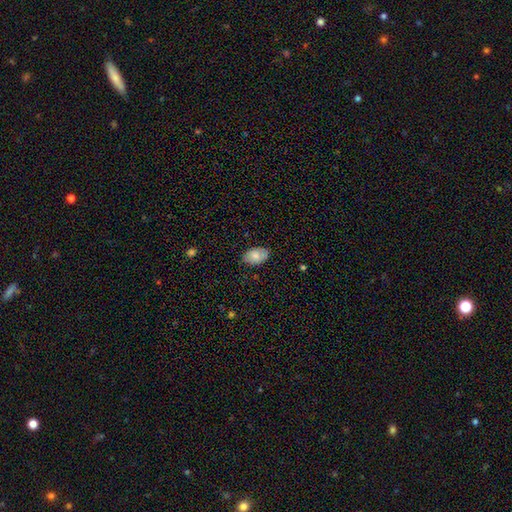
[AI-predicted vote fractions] This is likely a smooth galaxy (78%). How rounded: clearly in between (92%). Merging: clearly none (81%).